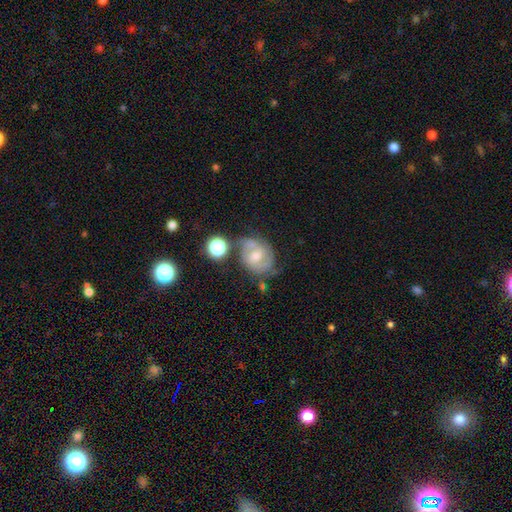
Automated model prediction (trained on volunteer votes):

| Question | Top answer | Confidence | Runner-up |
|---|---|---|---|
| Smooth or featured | featured or disk | 68% | smooth (23%) |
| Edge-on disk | no | 97% | yes (3%) |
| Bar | weak | 47% | no (43%) |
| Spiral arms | yes | 89% | no (11%) |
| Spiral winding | medium | 47% | tight (37%) |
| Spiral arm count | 2 | 69% | can't tell (17%) |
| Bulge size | moderate | 55% | small (34%) |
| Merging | none | 48% | minor disturbance (23%) |